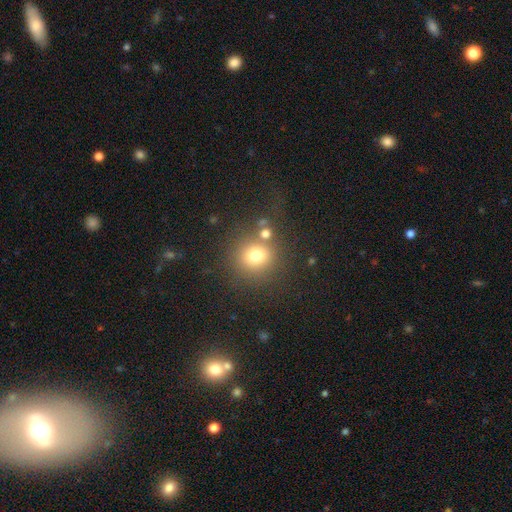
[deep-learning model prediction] smooth_or_featured: smooth (p=0.74) [alt: star or artifact p=0.16]
how_rounded: round (p=0.88) [alt: in between p=0.11]
merging: none (p=0.72) [alt: merger p=0.12]